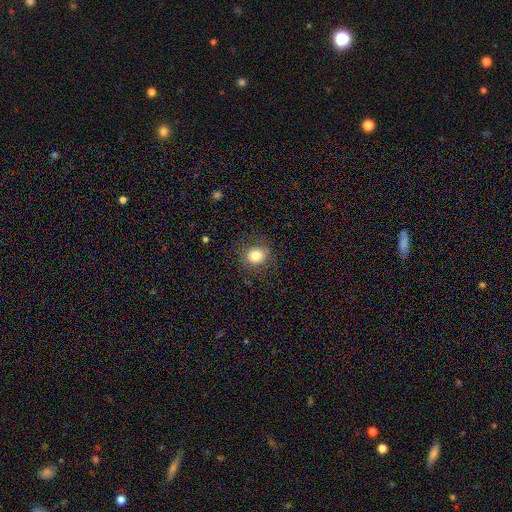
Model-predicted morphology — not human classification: A smooth galaxy with no disk features (77%) that is round (80%).

Vote fractions:
- Smooth or featured? smooth: 77% / featured or disk: 13% / star or artifact: 11%
- How rounded? round: 80% / in between: 19% / cigar-shaped: 1%
- Merging? none: 78% / minor disturbance: 14% / major disturbance: 7% / merger: 1%